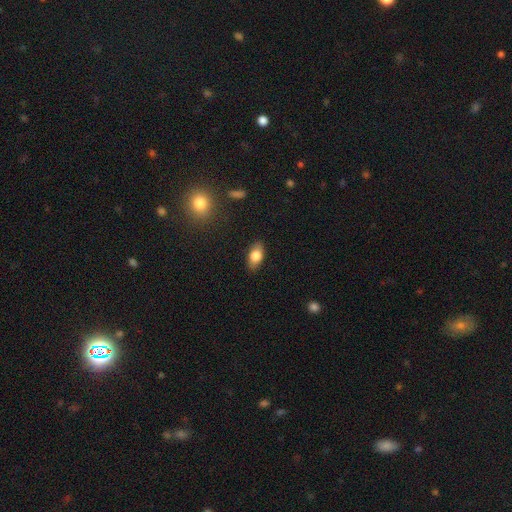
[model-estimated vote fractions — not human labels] Overall: smooth (78%). How rounded: in between (89%). Merging: none (85%).